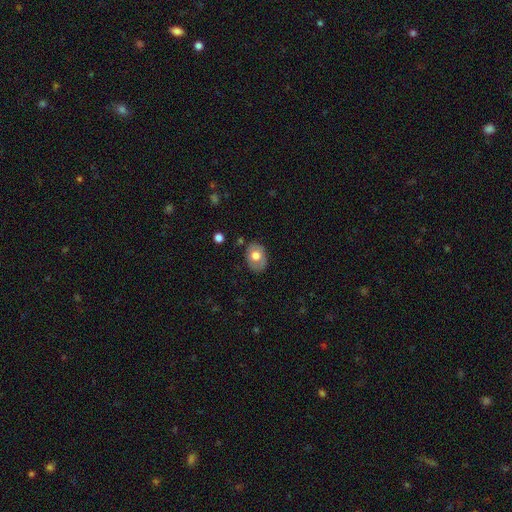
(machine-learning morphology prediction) A smooth galaxy with no disk features (65%) that is in between round and cigar-shaped (70%).

Vote fractions:
- Smooth or featured? smooth: 65% / featured or disk: 28% / star or artifact: 7%
- How rounded? in between: 70% / round: 29% / cigar-shaped: 1%
- Merging? none: 77% / minor disturbance: 16% / major disturbance: 4% / merger: 2%